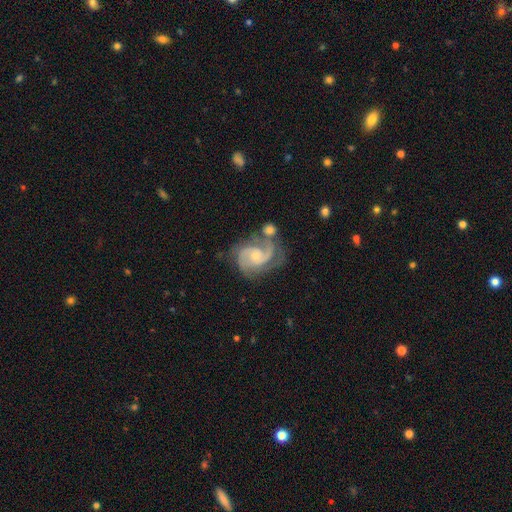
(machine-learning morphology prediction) Smooth or featured: featured or disk — 88% (smooth — 7%)
Edge-on disk: no — 98% (yes — 2%)
Bar: no — 62% (weak — 32%)
Spiral arms: yes — 97% (no — 3%)
Spiral winding: medium — 50% (tight — 37%)
Spiral arm count: 2 — 58% (3 — 24%)
Bulge size: small — 64% (moderate — 32%)
Merging: none — 48% (minor disturbance — 21%)